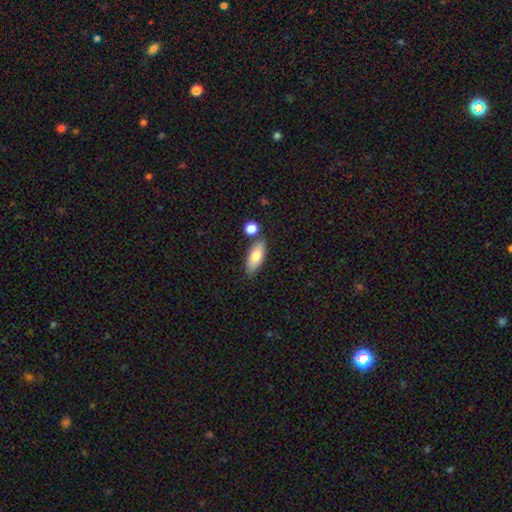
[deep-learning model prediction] A smooth galaxy with no disk features (77%) that is in between round and cigar-shaped (78%). Merging: none (74%).